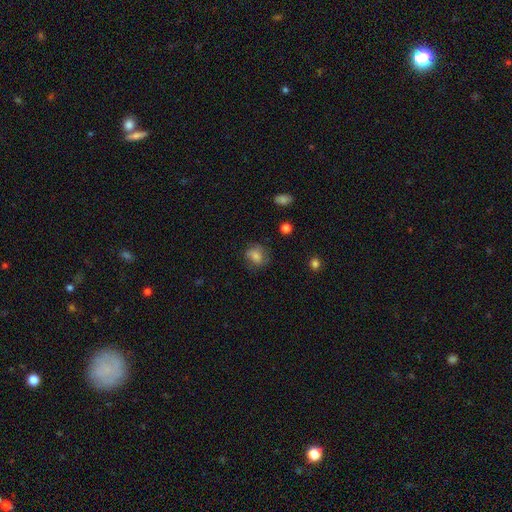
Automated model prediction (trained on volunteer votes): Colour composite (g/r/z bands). It shows a smooth galaxy with no disk features (64%) that is round (58%). Merging: none (64%).